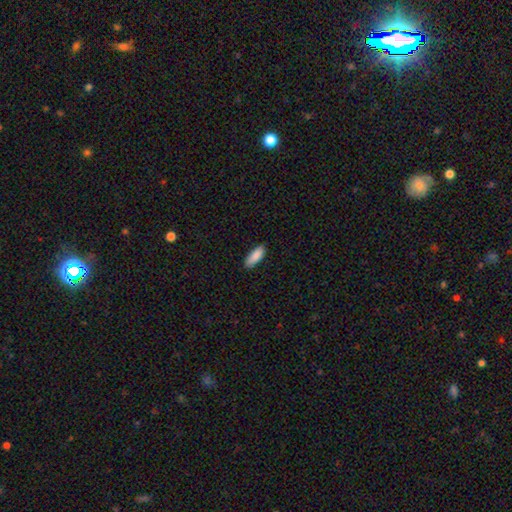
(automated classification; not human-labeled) Smooth or featured? Predicted: smooth (p=0.89). How rounded? Predicted: in between (p=0.69). Merging? Predicted: none (p=0.85).